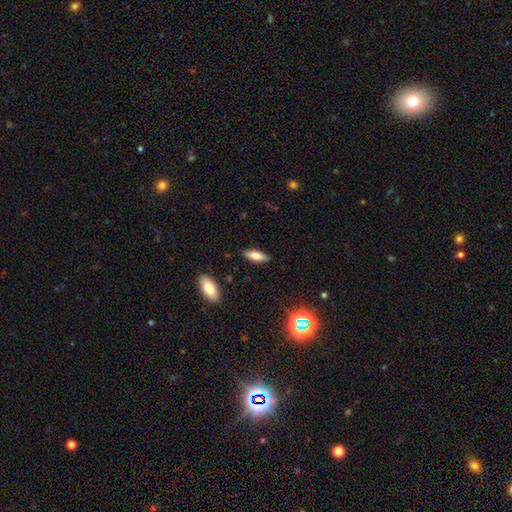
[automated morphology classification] Smooth or featured: smooth — 77% (featured or disk — 15%)
How rounded: in between — 60% (cigar-shaped — 38%)
Merging: none — 86% (minor disturbance — 10%)